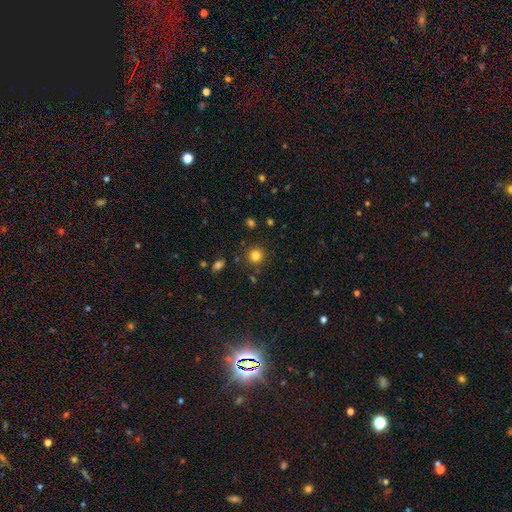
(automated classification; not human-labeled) Morphology: type=smooth (82%); roundness=round (93%); merging=none (88%).